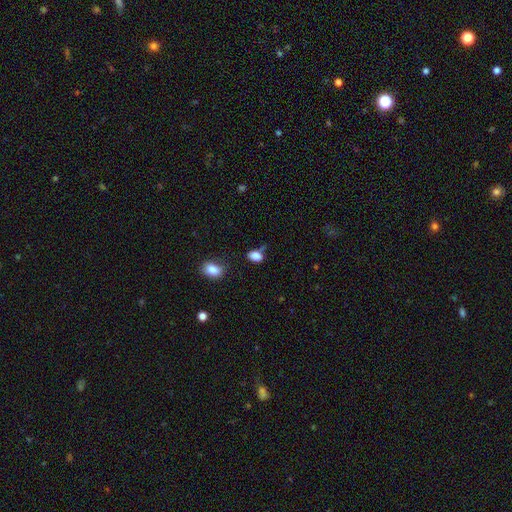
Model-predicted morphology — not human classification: smooth 84%, star or artifact 11%, featured or disk 5%. Down the decision tree: how rounded — in between (82%); merging — none (55%).